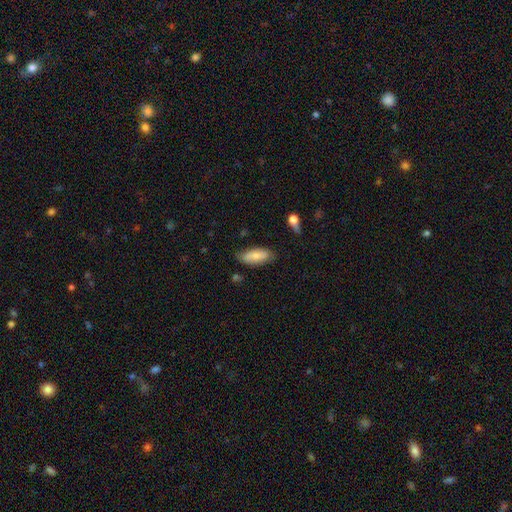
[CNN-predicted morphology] smooth_or_featured: smooth (p=0.70) [alt: featured or disk p=0.23]
how_rounded: in between (p=0.85) [alt: cigar-shaped p=0.13]
merging: none (p=0.74) [alt: minor disturbance p=0.20]